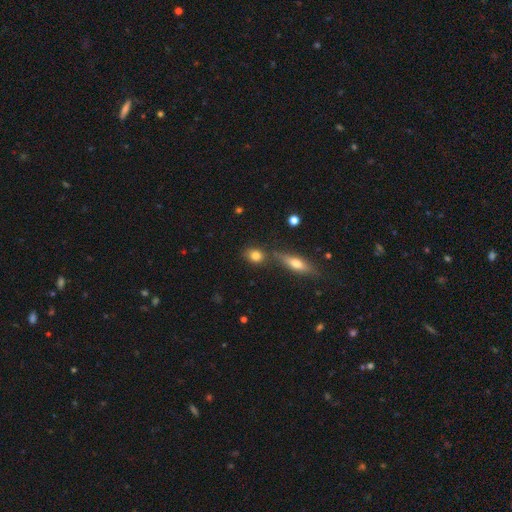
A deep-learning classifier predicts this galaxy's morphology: The model was most divided on "how rounded": round: 54%, in between: 40%, cigar-shaped: 5%. More confident: smooth or featured — smooth (80%); merging — none (70%).